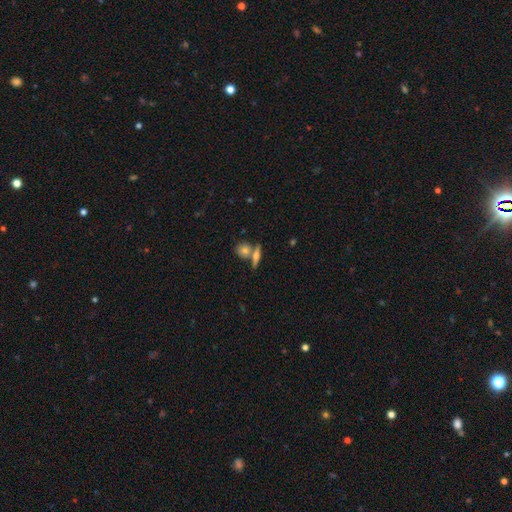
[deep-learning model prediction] smooth_or_featured: smooth (p=0.48) [alt: featured or disk p=0.43]
merging: none (p=0.64) [alt: merger p=0.25]